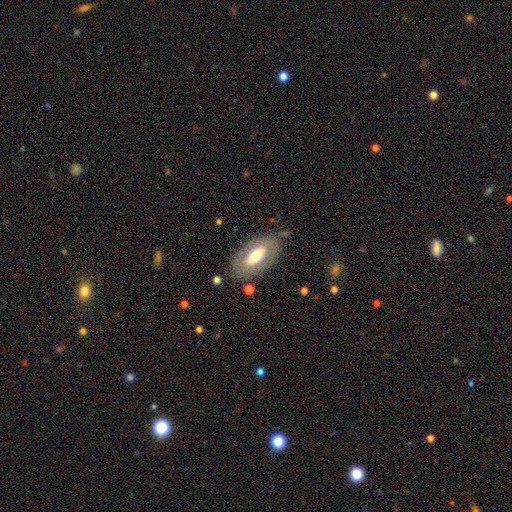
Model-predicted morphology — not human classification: This is possibly a featured or disk galaxy (48%). Merging: likely none (76%).